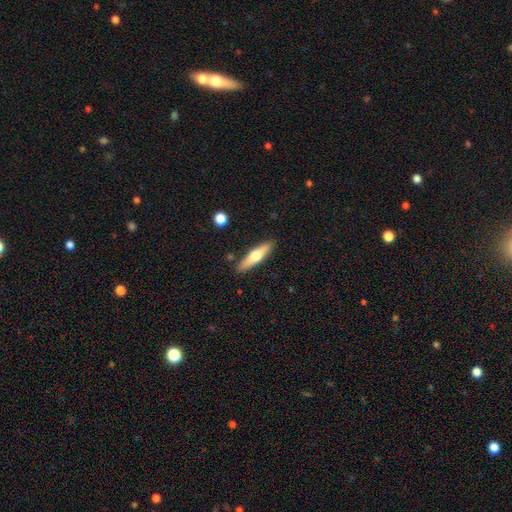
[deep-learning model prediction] This is possibly a smooth galaxy (49%). Merging: clearly none (87%).